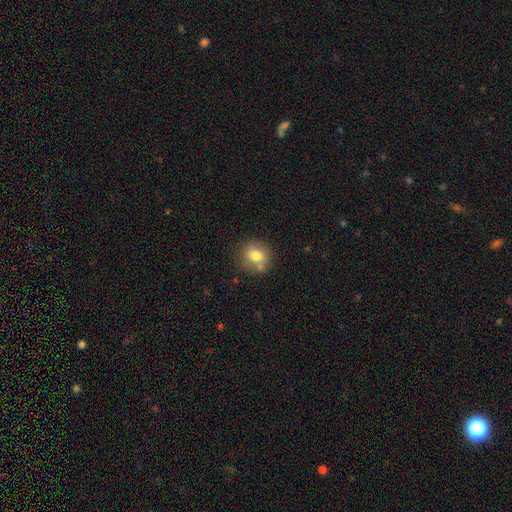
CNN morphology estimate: type=smooth (77%); roundness=round (75%); merging=none (67%).